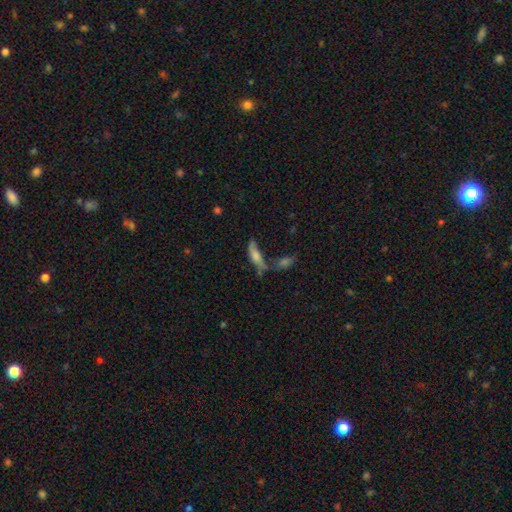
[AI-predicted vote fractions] This is possibly a smooth galaxy (53%). How rounded: possibly cigar-shaped (52%). Merging: marginally none (37%).